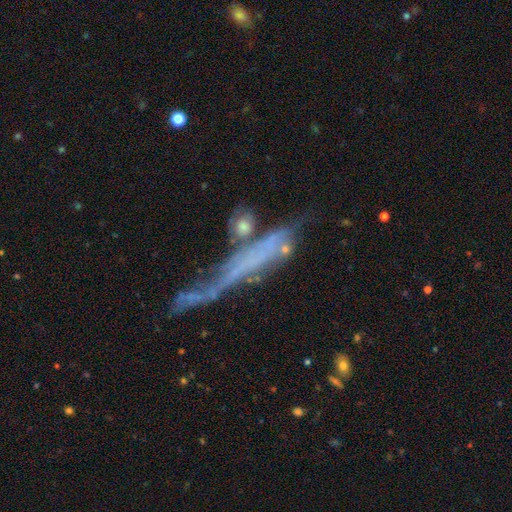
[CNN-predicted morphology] Smooth or featured: featured or disk — 57% (smooth — 28%)
Edge-on disk: yes — 57% (no — 43%)
Merging: major disturbance — 30% (none — 28%)